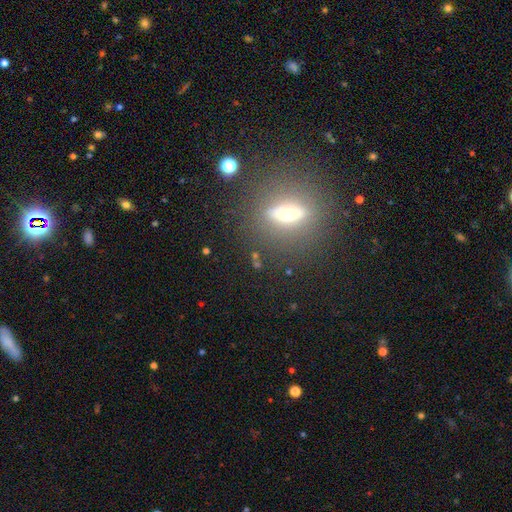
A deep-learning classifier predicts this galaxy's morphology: Q: Smooth or featured?
A: featured or disk (41%); runner-up: smooth (35%)
Q: Merging?
A: none (82%); runner-up: minor disturbance (9%)